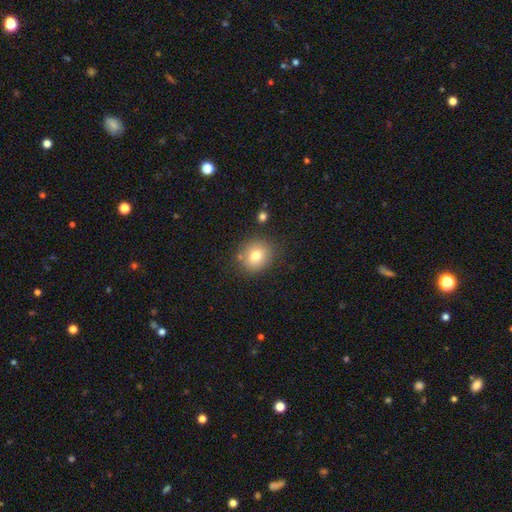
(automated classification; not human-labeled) Morphology: type=smooth (76%); roundness=round (77%); merging=none (80%).